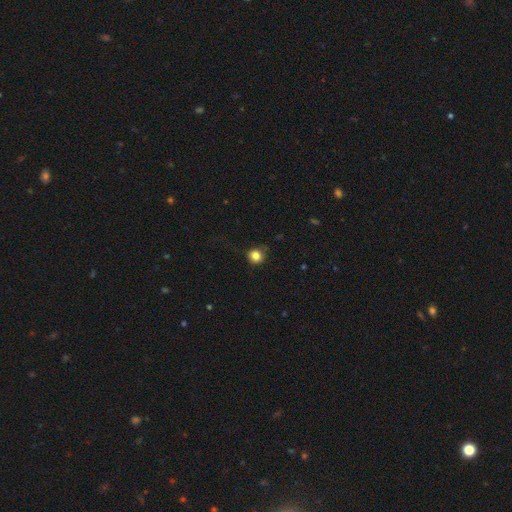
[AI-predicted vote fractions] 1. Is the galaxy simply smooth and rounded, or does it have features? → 82% smooth, 12% star or artifact, 6% featured or disk.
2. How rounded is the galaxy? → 89% round, 10% in between, 1% cigar-shaped.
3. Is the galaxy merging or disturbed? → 72% none, 20% minor disturbance, 6% major disturbance, 1% merger.